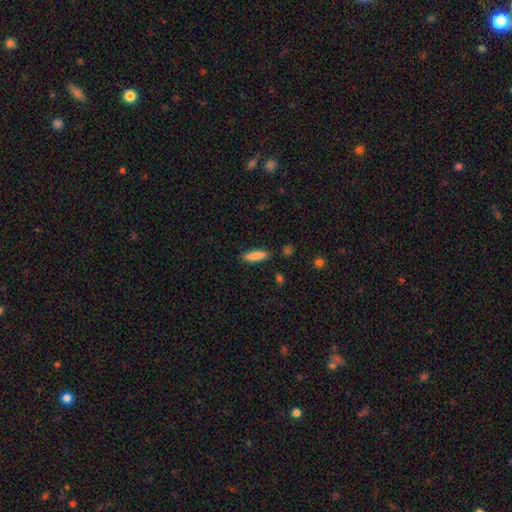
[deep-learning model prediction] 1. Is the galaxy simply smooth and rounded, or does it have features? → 85% smooth, 9% featured or disk, 7% star or artifact.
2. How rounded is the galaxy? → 49% cigar-shaped (tied), 49% in between (tied), 2% round.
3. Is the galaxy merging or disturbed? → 85% none, 10% minor disturbance, 2% merger, 2% major disturbance.